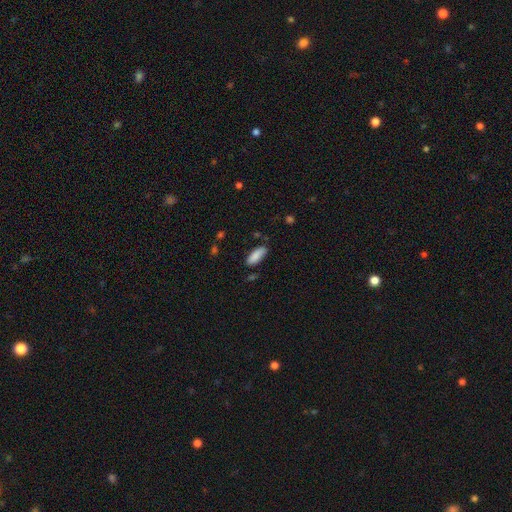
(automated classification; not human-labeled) Smooth or featured? Predicted: smooth (p=0.88). How rounded? Predicted: in between (p=0.73). Merging? Predicted: none (p=0.80).